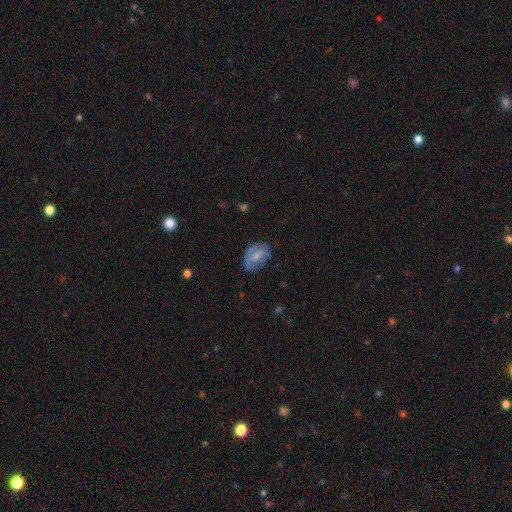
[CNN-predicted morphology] Q: Smooth or featured?
A: smooth (56%); runner-up: featured or disk (37%)
Q: How rounded?
A: in between (82%); runner-up: round (16%)
Q: Merging?
A: none (63%); runner-up: minor disturbance (26%)